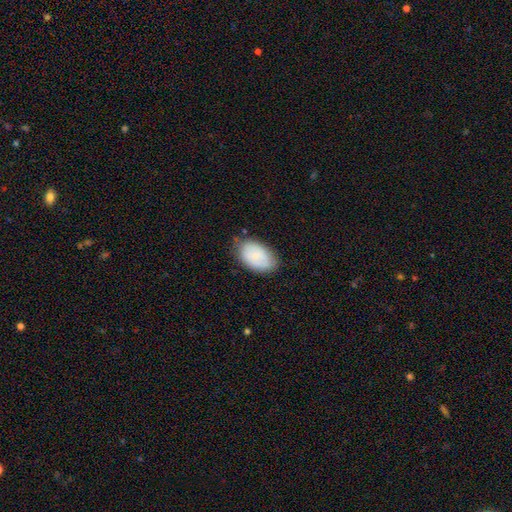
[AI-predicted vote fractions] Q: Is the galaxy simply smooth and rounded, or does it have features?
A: smooth — 80%.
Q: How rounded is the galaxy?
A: in between — 93%.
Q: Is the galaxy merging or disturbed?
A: none — 74%.